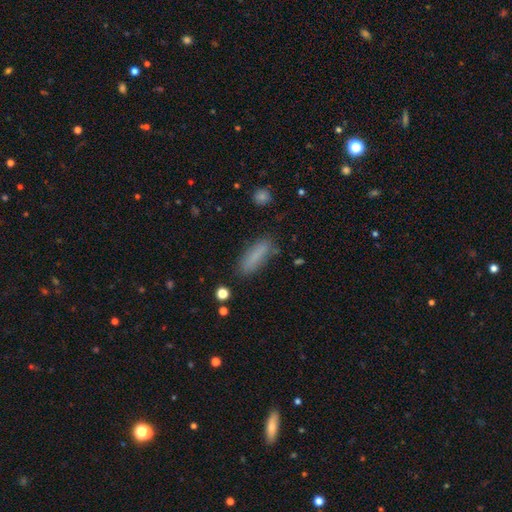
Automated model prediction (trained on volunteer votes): A smooth galaxy with no disk features (81%) that is cigar-shaped (61%).

Vote fractions:
- Smooth or featured? smooth: 81% / featured or disk: 10% / star or artifact: 9%
- How rounded? cigar-shaped: 61% / in between: 37% / round: 2%
- Merging? none: 80% / minor disturbance: 13% / major disturbance: 4% / merger: 3%